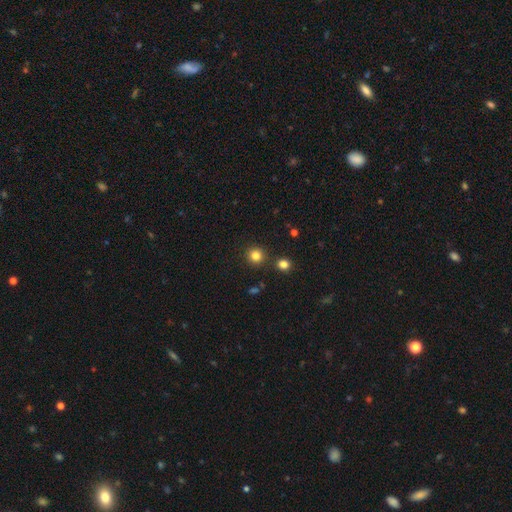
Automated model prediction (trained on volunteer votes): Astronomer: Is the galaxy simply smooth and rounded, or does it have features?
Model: smooth — 82%.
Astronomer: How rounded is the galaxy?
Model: round — 94%.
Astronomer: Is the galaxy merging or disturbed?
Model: none — 87%.